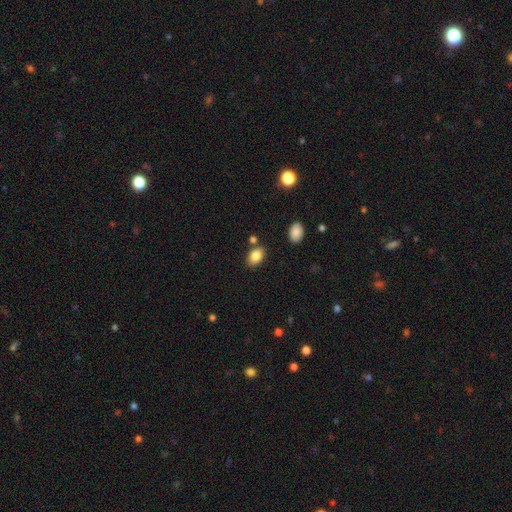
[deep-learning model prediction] Smooth or featured: smooth — 85% (star or artifact — 9%)
How rounded: in between — 84% (round — 15%)
Merging: none — 78% (minor disturbance — 11%)